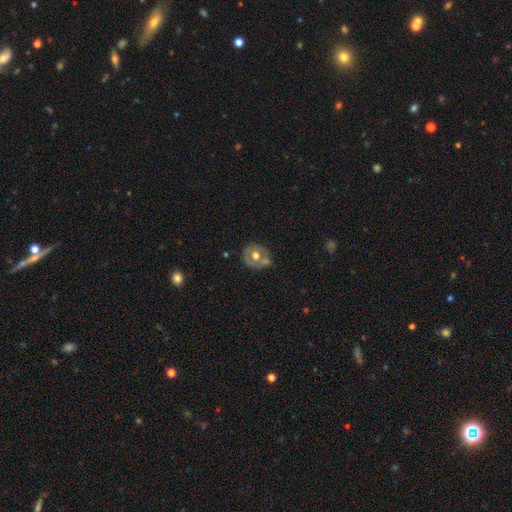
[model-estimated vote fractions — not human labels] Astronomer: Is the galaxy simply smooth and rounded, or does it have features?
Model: featured or disk — 48% (runner-up: smooth, 45%).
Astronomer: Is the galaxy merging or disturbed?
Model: none — 60%.